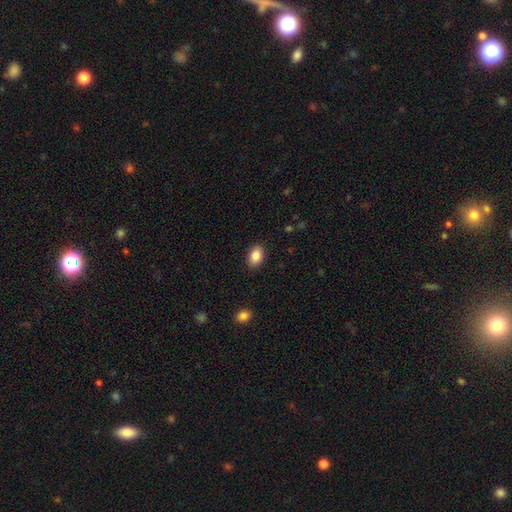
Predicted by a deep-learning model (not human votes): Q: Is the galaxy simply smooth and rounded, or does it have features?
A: smooth — 87%.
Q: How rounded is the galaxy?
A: in between — 88%.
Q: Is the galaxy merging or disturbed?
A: none — 89%.